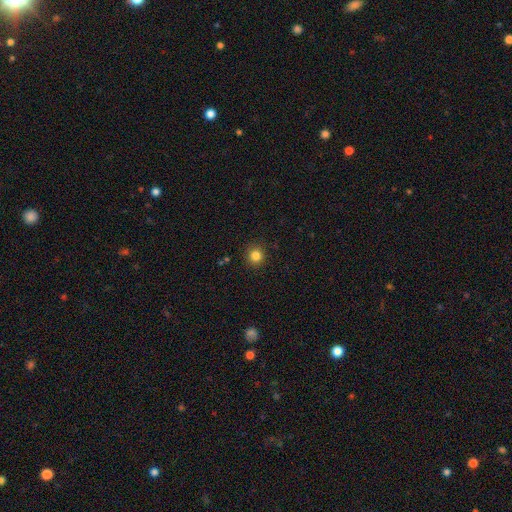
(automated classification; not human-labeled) This is clearly a smooth galaxy (83%). How rounded: clearly round (92%). Merging: clearly none (91%).